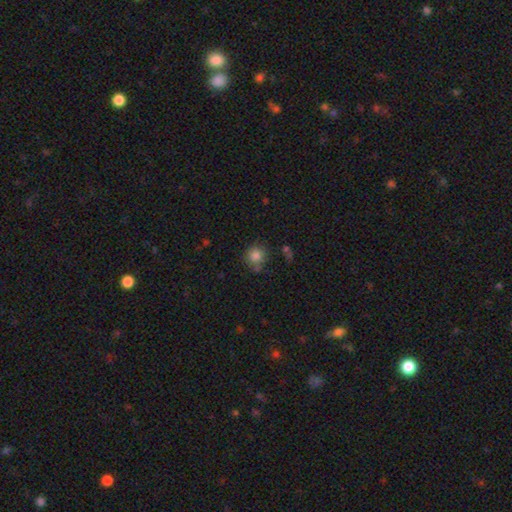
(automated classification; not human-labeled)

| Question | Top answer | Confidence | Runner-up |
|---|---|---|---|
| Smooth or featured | smooth | 82% | star or artifact (11%) |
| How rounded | round | 87% | in between (12%) |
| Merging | none | 66% | minor disturbance (19%) |